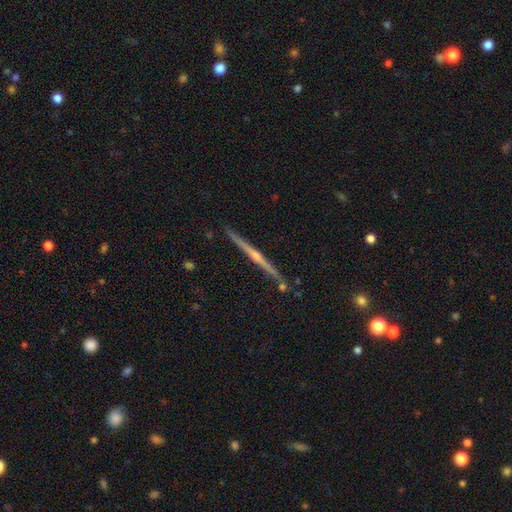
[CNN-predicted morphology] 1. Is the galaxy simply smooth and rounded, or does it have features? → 81% featured or disk, 13% smooth, 6% star or artifact.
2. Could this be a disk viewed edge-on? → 98% yes, 2% no.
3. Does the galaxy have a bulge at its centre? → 77% rounded, 18% none, 5% boxy.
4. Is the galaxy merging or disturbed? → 89% none, 8% minor disturbance, 2% merger, 1% major disturbance.